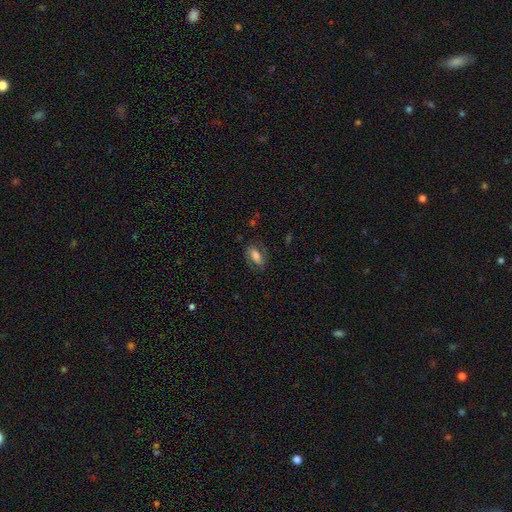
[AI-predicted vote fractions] smooth 47%, featured or disk 45%, star or artifact 8%. Down the decision tree: merging — none (72%).